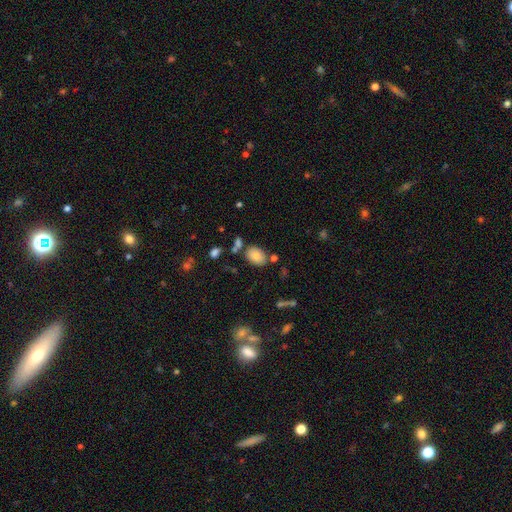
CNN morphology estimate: smooth-or-featured: smooth: 82% | star or artifact: 9% | featured or disk: 8%
  how-rounded: in between: 83% | round: 16% | cigar-shaped: 1%
  merging: none: 75% | minor disturbance: 13% | merger: 9% | major disturbance: 4%